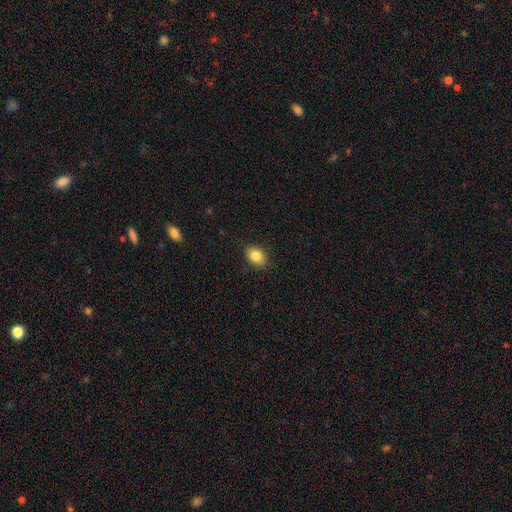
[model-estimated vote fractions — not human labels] Smooth or featured?
  - smooth: 85% *
  - star or artifact: 9%
  - featured or disk: 6%
How rounded?
  - in between: 71% *
  - round: 28%
  - cigar-shaped: 1%
Merging?
  - none: 86% *
  - minor disturbance: 11%
  - major disturbance: 2%
  - merger: 1%